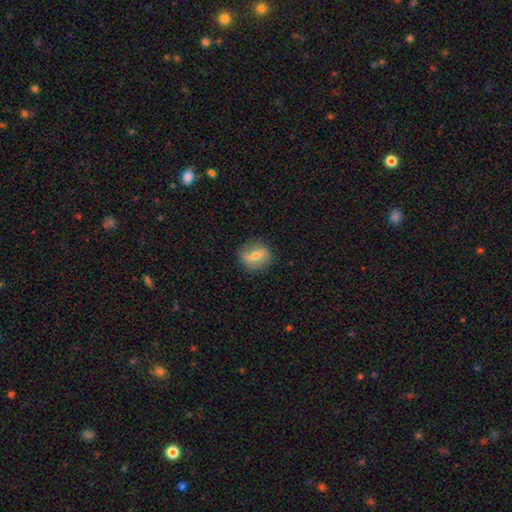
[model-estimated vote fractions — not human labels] This is possibly a smooth galaxy (49%). Merging: clearly none (82%).